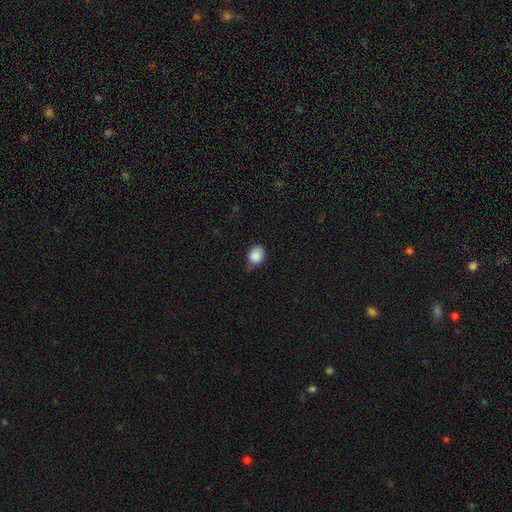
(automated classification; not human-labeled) Smooth or featured? smooth (87%)
How rounded? round (59%)
Merging? none (53%)